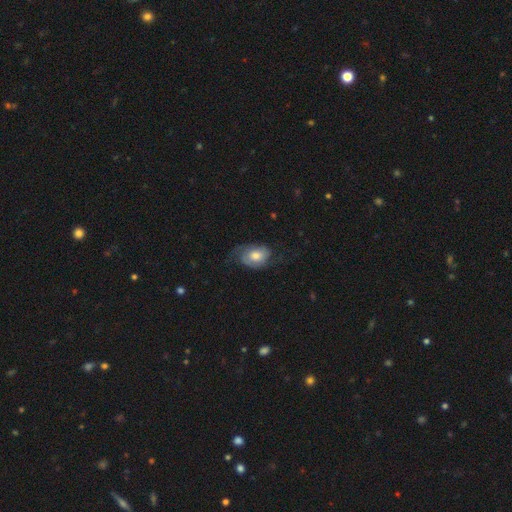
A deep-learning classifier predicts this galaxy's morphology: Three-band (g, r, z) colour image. It shows a featured or disk galaxy (49%). Merging: none (48%).